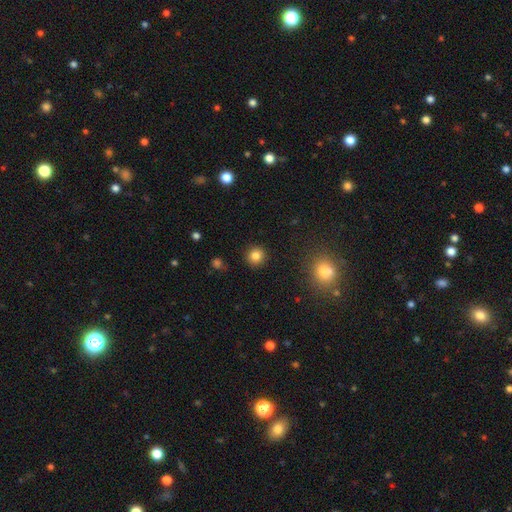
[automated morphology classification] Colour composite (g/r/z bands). It shows a smooth galaxy with no disk features (83%) that is round (93%). Merging: none (91%).